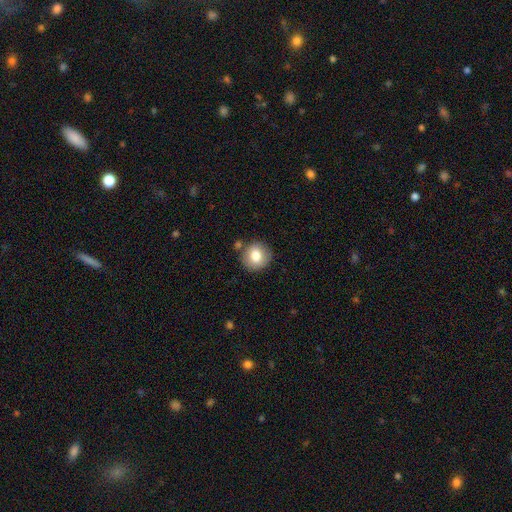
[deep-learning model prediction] Smooth or featured?
  - smooth: 80% *
  - featured or disk: 12%
  - star or artifact: 8%
How rounded?
  - round: 91% *
  - in between: 8%
  - cigar-shaped: 1%
Merging?
  - none: 82% *
  - minor disturbance: 10%
  - merger: 5%
  - major disturbance: 3%